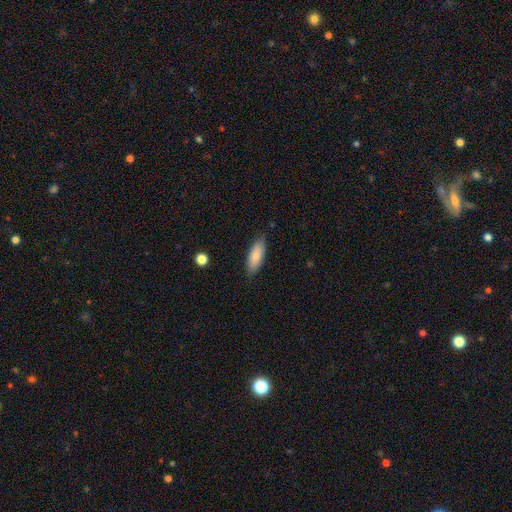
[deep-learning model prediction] Q: Smooth or featured?
A: smooth (82%); runner-up: featured or disk (12%)
Q: How rounded?
A: in between (68%); runner-up: cigar-shaped (30%)
Q: Merging?
A: none (83%); runner-up: minor disturbance (14%)